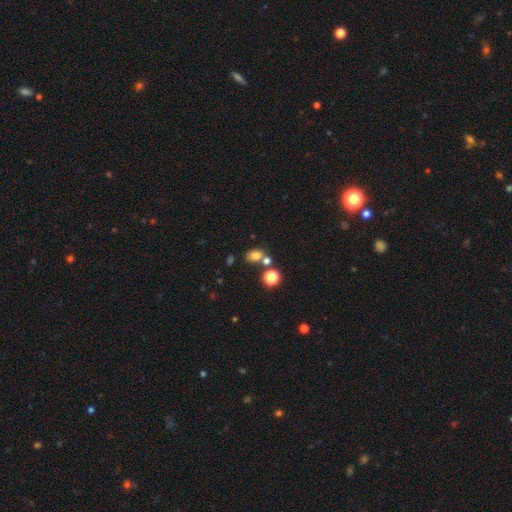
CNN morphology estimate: The model was most divided on "how rounded": in between: 58%, round: 41%, cigar-shaped: 1%. More confident: smooth or featured — smooth (76%); merging — none (59%).